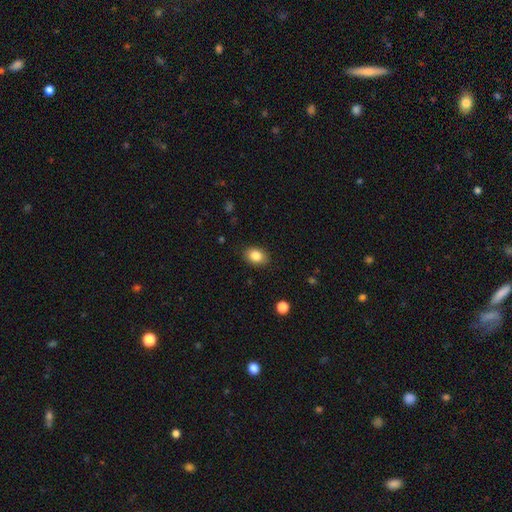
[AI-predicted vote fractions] A smooth galaxy with no disk features (85%) that is in between round and cigar-shaped (74%).

Vote fractions:
- Smooth or featured? smooth: 85% / star or artifact: 9% / featured or disk: 6%
- How rounded? in between: 74% / round: 25% / cigar-shaped: 1%
- Merging? none: 86% / minor disturbance: 10% / major disturbance: 3% / merger: 1%